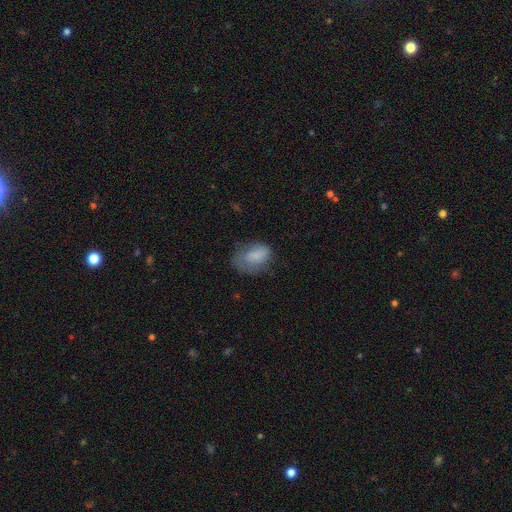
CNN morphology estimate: Smooth or featured?
  - smooth: 76% *
  - featured or disk: 16%
  - star or artifact: 8%
How rounded?
  - in between: 82% *
  - round: 17%
  - cigar-shaped: 1%
Merging?
  - none: 51% *
  - minor disturbance: 30%
  - major disturbance: 17%
  - merger: 2%